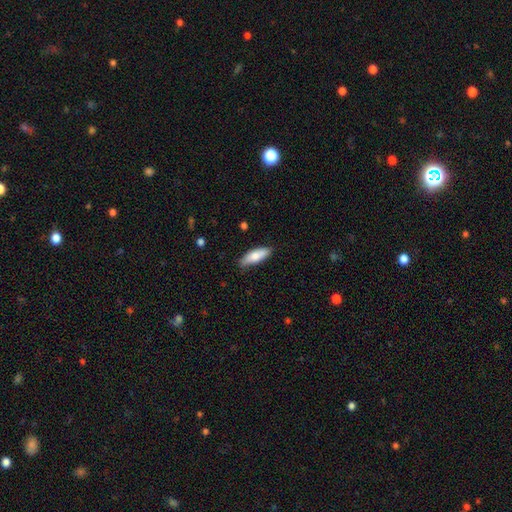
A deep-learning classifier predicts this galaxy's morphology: Q: Smooth or featured?
A: smooth (78%); runner-up: featured or disk (16%)
Q: How rounded?
A: in between (61%); runner-up: cigar-shaped (37%)
Q: Merging?
A: none (81%); runner-up: minor disturbance (15%)